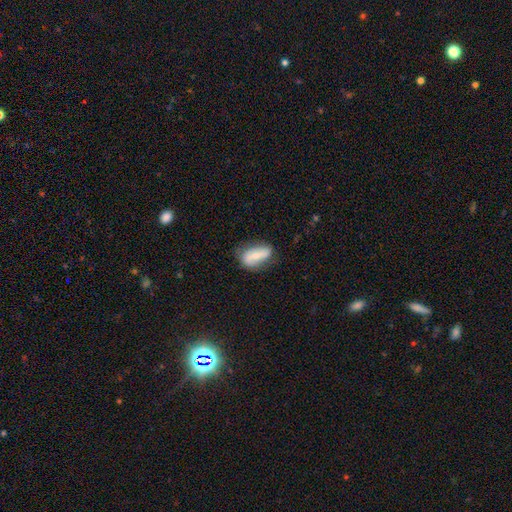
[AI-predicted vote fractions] A smooth galaxy with no disk features (52%) that is in between round and cigar-shaped (84%).

Vote fractions:
- Smooth or featured? smooth: 52% / featured or disk: 41% / star or artifact: 7%
- How rounded? in between: 84% / cigar-shaped: 10% / round: 6%
- Merging? none: 63% / minor disturbance: 26% / major disturbance: 8% / merger: 2%